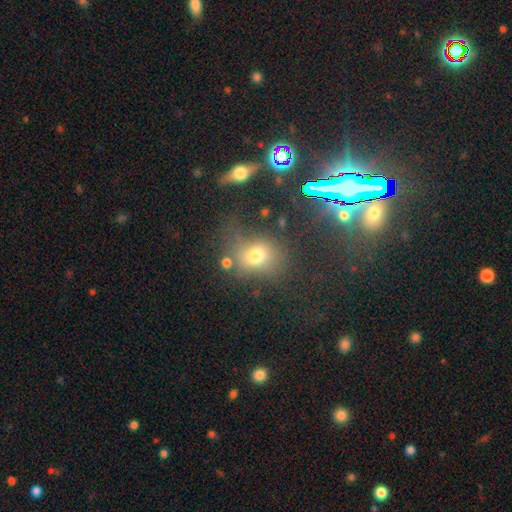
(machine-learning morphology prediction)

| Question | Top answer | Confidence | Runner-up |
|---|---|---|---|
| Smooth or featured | smooth | 66% | star or artifact (20%) |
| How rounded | round | 57% | in between (41%) |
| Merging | none | 58% | minor disturbance (19%) |